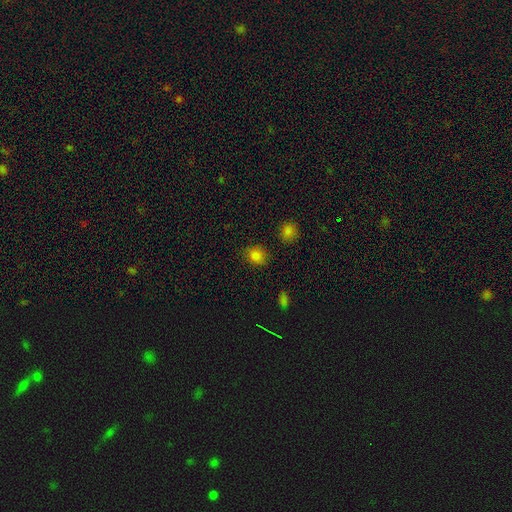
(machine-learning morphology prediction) Overall: smooth (81%). How rounded: round (64%; in between 35%). Merging: none (82%).